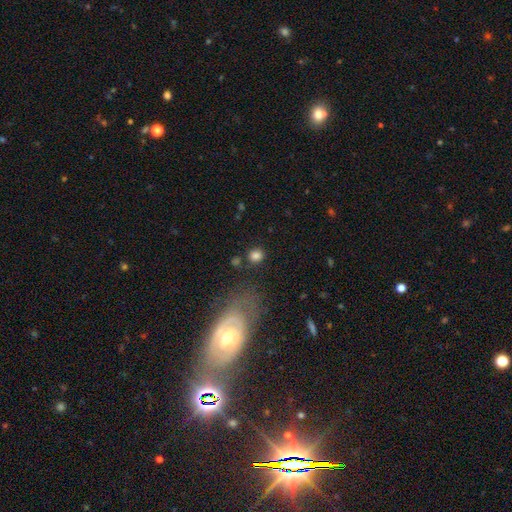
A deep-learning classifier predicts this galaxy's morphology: The model was most divided on "smooth or featured": smooth: 82%, star or artifact: 12%, featured or disk: 7%. More confident: how rounded — round (87%); merging — none (83%).